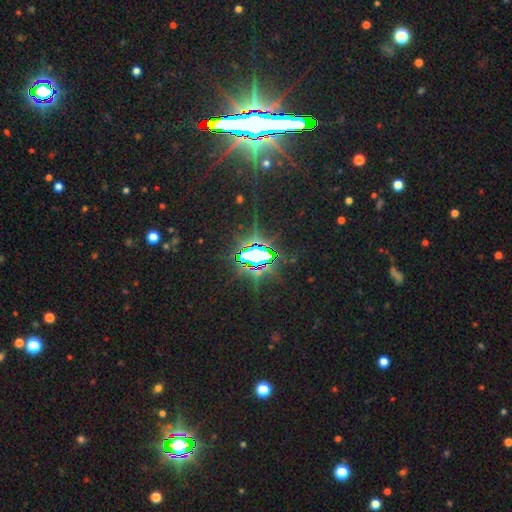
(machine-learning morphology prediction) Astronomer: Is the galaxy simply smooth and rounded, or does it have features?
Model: star or artifact — 82%.